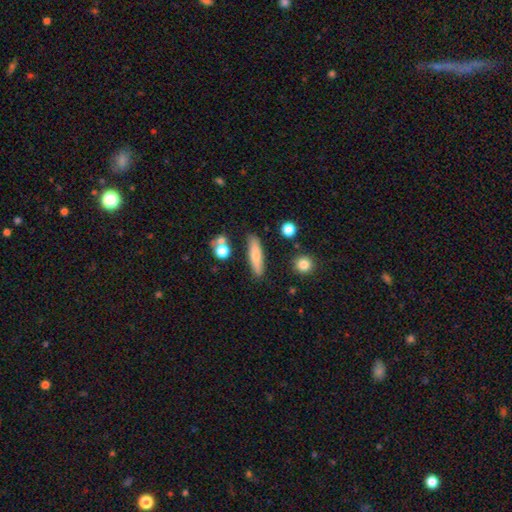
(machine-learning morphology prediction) This appears to be a smooth galaxy with no disk features (70%) that is cigar-shaped (75%). Merging: none (82%).